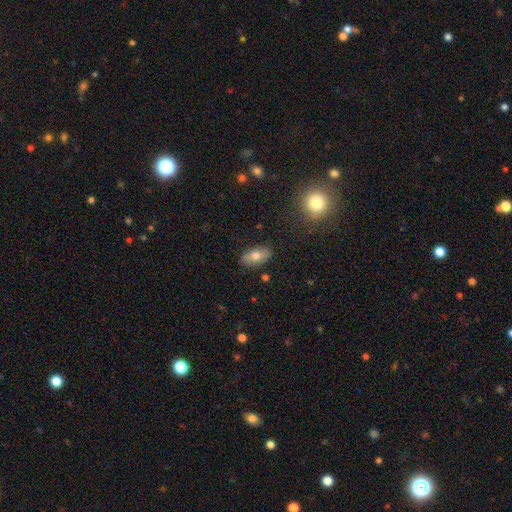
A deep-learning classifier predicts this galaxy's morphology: Q: Smooth or featured?
A: smooth (71%); runner-up: featured or disk (21%)
Q: How rounded?
A: in between (88%); runner-up: cigar-shaped (6%)
Q: Merging?
A: none (86%); runner-up: minor disturbance (10%)